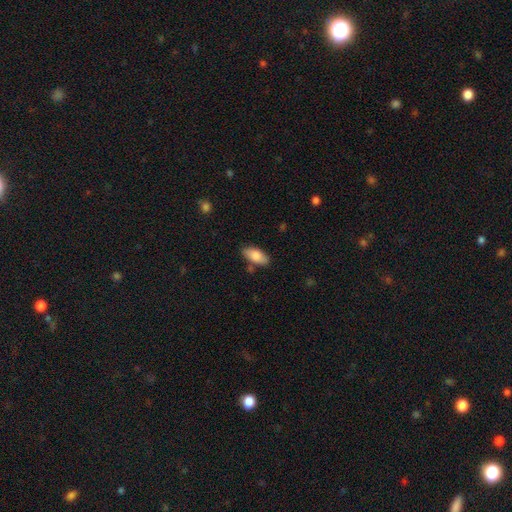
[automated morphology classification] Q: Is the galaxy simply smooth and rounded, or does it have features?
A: smooth — 83%.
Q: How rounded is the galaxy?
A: in between — 88%.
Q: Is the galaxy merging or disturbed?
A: none — 80%.